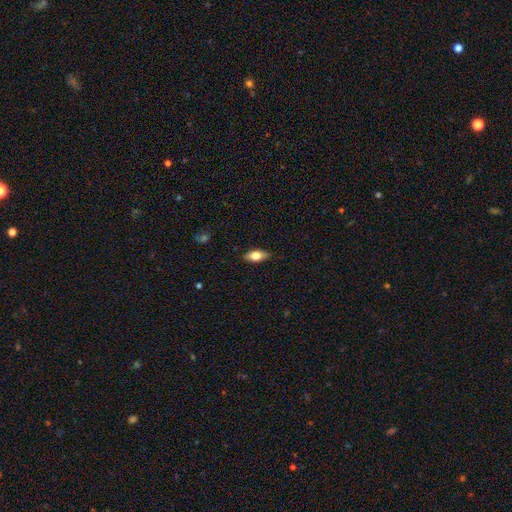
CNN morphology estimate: Smooth or featured? smooth (73%)
How rounded? in between (84%)
Merging? none (86%)